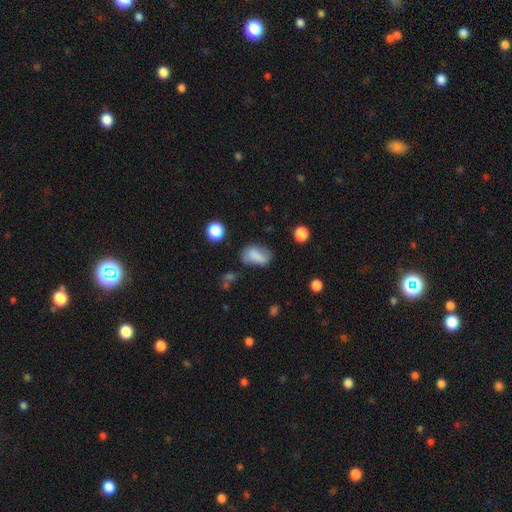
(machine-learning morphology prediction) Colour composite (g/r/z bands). It shows a smooth galaxy with no disk features (77%) that is in between round and cigar-shaped (87%). Merging: none (55%).